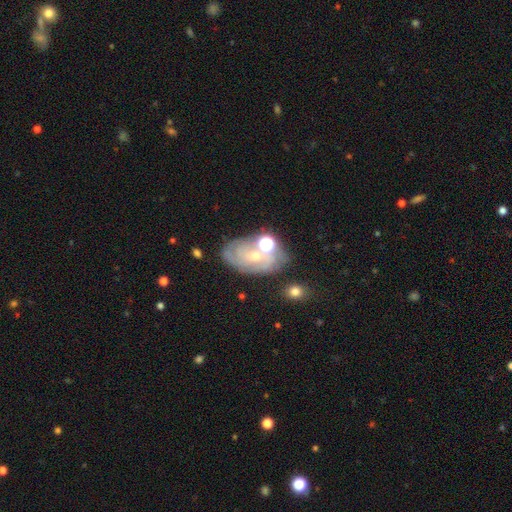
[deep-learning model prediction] Overall: featured or disk (64%). Edge-on disk: no (96%). Bar: no (71%). Spiral arms: yes (76%). Bulge size: small (59%; moderate 31%). Merging: none (55%; minor disturbance 20%).